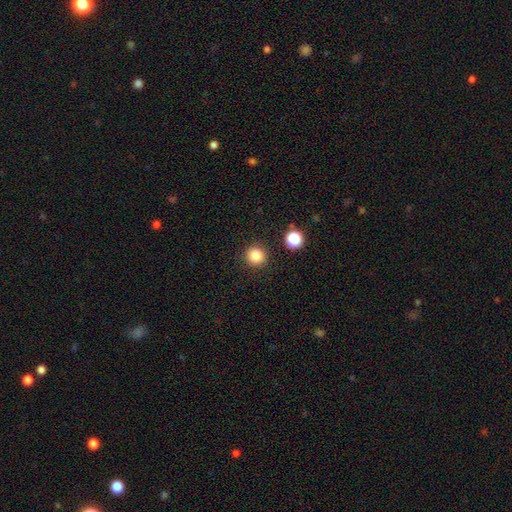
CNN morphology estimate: This is clearly a smooth galaxy (83%). How rounded: clearly round (94%). Merging: clearly none (90%).